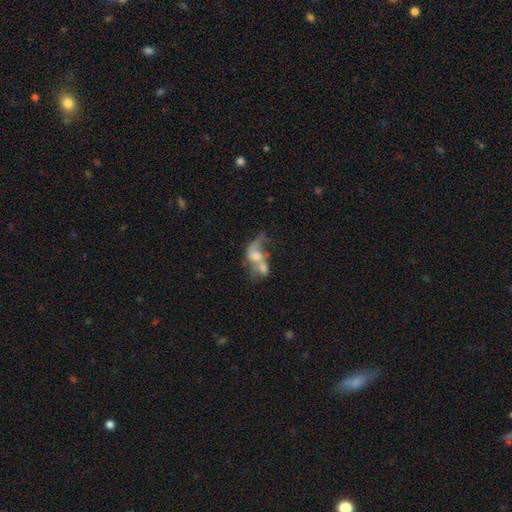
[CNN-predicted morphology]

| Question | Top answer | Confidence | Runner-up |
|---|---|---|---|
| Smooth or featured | featured or disk | 52% | smooth (38%) |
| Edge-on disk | no | 96% | yes (4%) |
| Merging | merger | 60% | major disturbance (21%) |